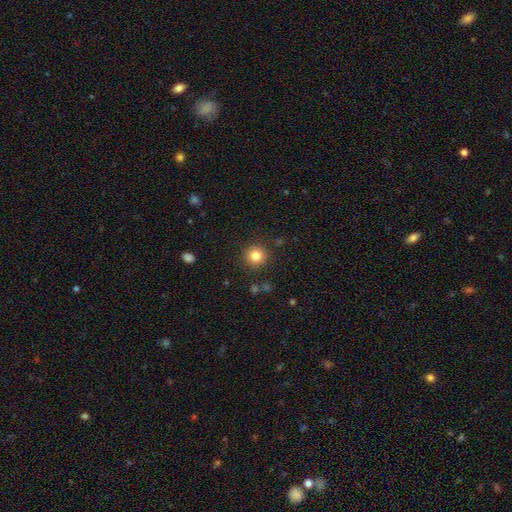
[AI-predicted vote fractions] The model was most divided on "smooth or featured": smooth: 83%, star or artifact: 12%, featured or disk: 6%. More confident: how rounded — round (94%); merging — none (89%).